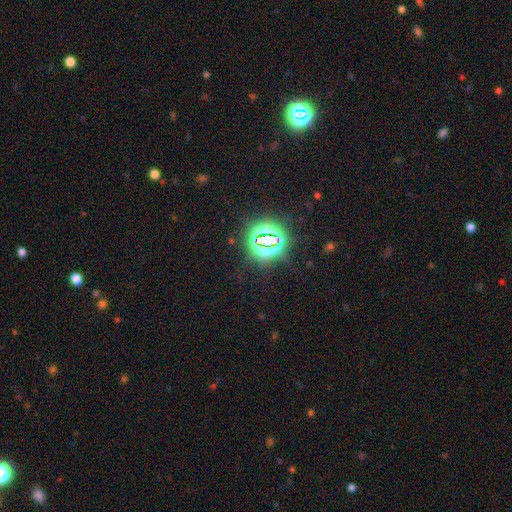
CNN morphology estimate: smooth-or-featured: star or artifact: 79% | smooth: 13% | featured or disk: 8%